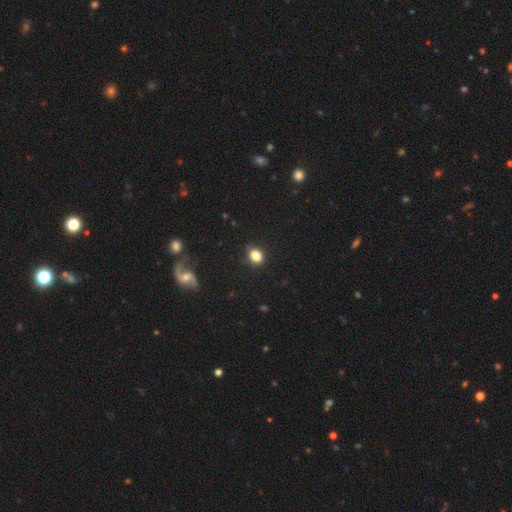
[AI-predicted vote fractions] The model was most divided on "how rounded": in between: 54%, round: 45%, cigar-shaped: 1%. More confident: merging — none (84%); smooth or featured — smooth (83%).